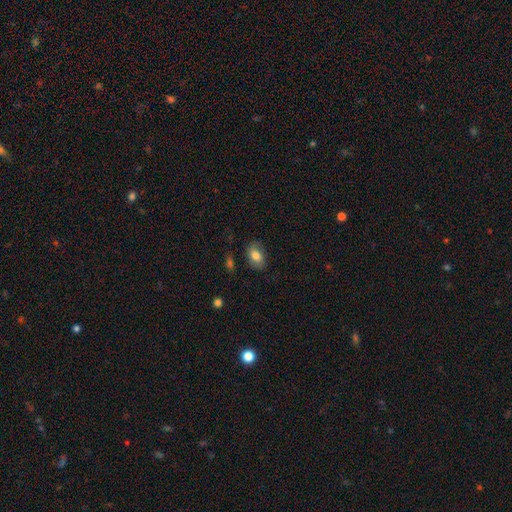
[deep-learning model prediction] smooth 74%, featured or disk 18%, star or artifact 7%. Down the decision tree: how rounded — in between (87%); merging — none (73%).